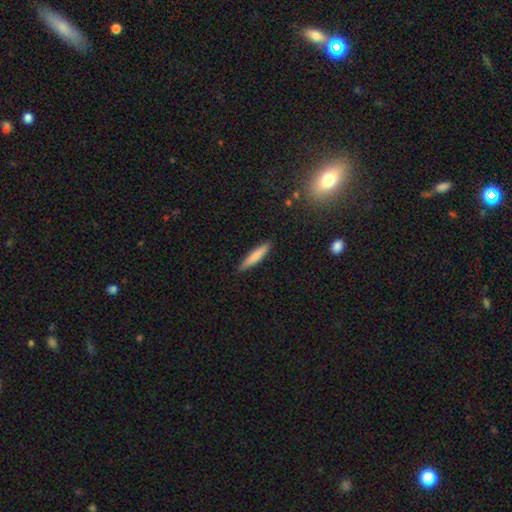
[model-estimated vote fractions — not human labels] Q: Smooth or featured?
A: smooth (77%); runner-up: featured or disk (17%)
Q: How rounded?
A: cigar-shaped (89%); runner-up: in between (9%)
Q: Merging?
A: none (89%); runner-up: minor disturbance (8%)